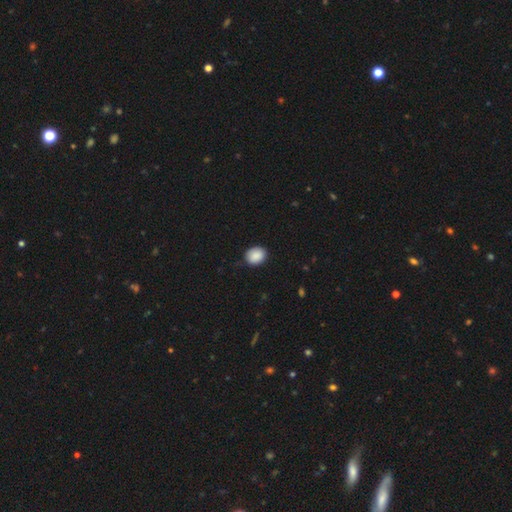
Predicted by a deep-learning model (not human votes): Smooth or featured? smooth (89%)
How rounded? round (53%)
Merging? none (85%)